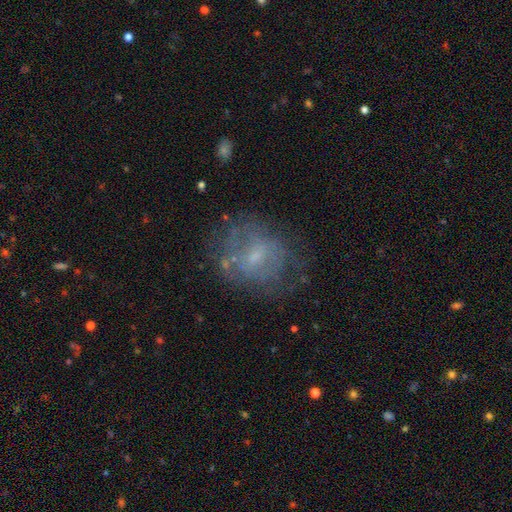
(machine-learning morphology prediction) The model was most divided on "smooth or featured": featured or disk: 50%, smooth: 37%, star or artifact: 13%. More confident: edge-on disk — no (97%); merging — none (59%).